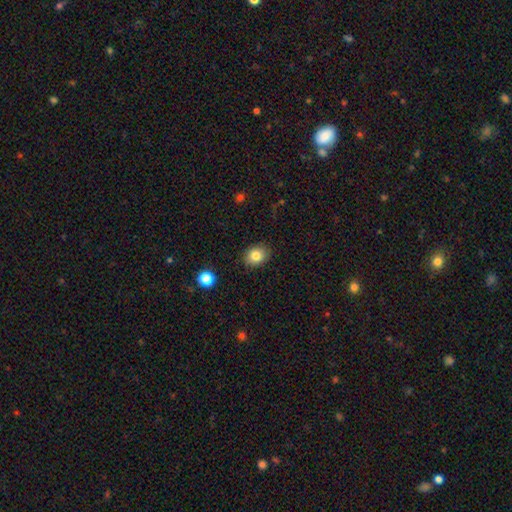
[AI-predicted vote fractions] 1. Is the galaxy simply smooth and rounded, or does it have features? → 83% smooth, 10% star or artifact, 7% featured or disk.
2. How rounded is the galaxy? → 51% round, 48% in between, 1% cigar-shaped.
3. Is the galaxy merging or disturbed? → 87% none, 9% minor disturbance, 2% major disturbance, 1% merger.